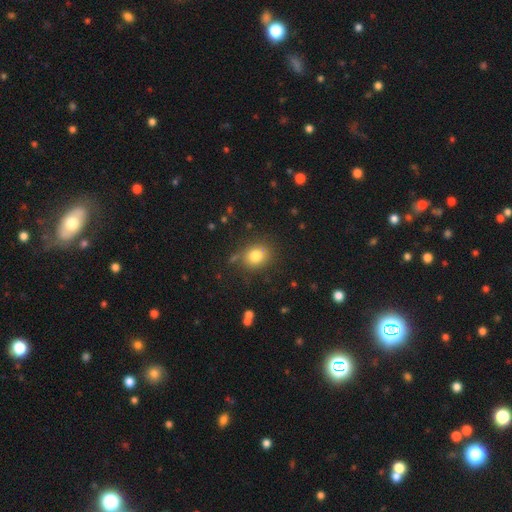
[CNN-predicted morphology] A smooth galaxy with no disk features (80%) that is round (59%). Merging: none (77%).